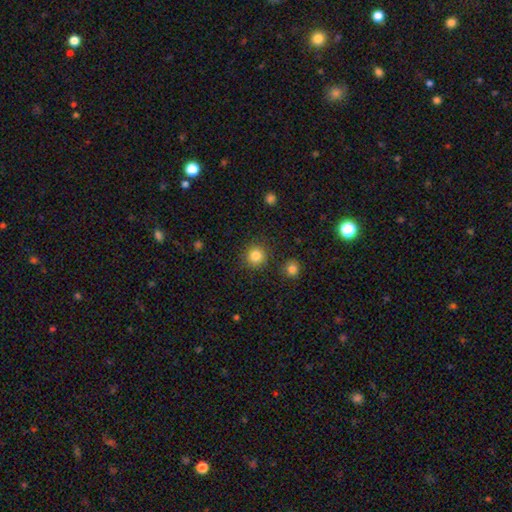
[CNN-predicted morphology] The model was most divided on "smooth or featured": smooth: 84%, star or artifact: 11%, featured or disk: 5%. More confident: how rounded — round (93%); merging — none (89%).